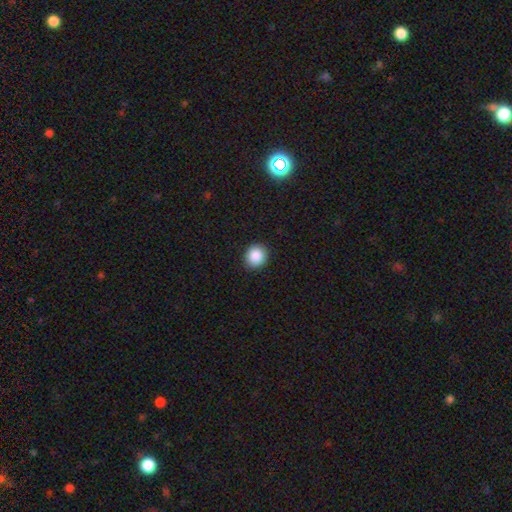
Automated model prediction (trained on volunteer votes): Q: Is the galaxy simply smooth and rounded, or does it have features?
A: smooth — 88%.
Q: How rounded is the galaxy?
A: round — 88%.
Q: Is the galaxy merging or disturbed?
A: none — 92%.